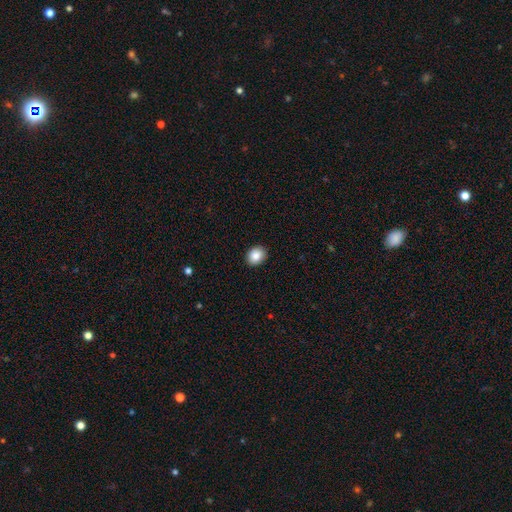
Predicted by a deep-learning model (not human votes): smooth 87%, star or artifact 8%, featured or disk 4%. Down the decision tree: how rounded — round (55%); merging — none (91%).